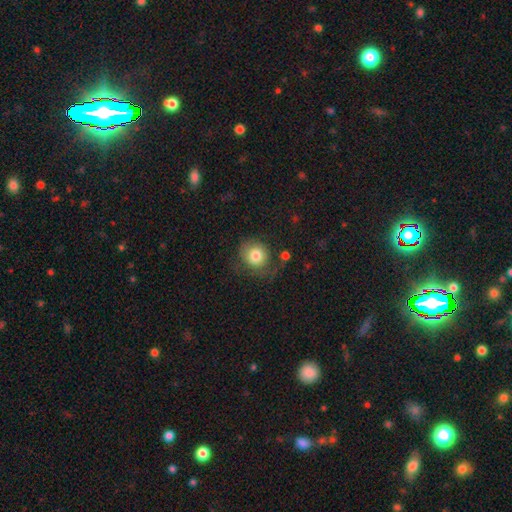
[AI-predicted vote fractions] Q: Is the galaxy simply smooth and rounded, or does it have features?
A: smooth — 79%.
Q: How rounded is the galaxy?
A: round — 82%.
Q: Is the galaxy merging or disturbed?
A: none — 61%.